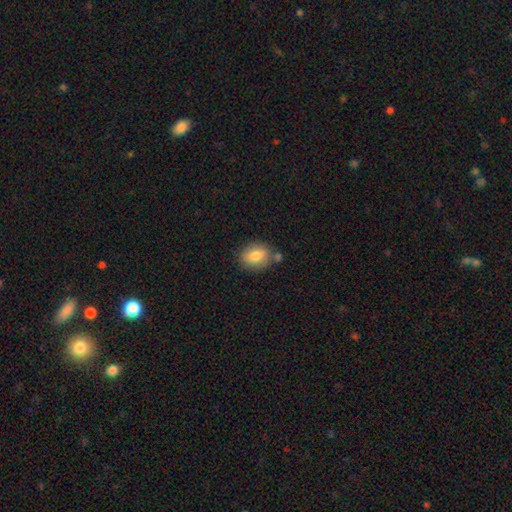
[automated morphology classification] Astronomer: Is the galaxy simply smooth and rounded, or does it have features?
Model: smooth — 80%.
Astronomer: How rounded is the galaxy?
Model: in between — 58% (runner-up: round, 41%).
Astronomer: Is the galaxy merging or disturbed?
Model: none — 70%.